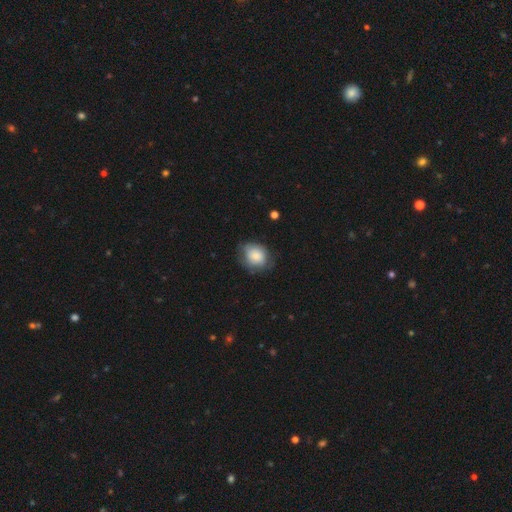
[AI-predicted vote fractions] Smooth or featured?
  - smooth: 79% *
  - featured or disk: 13%
  - star or artifact: 7%
How rounded?
  - round: 59% *
  - in between: 40%
  - cigar-shaped: 1%
Merging?
  - none: 63% *
  - minor disturbance: 27%
  - major disturbance: 9%
  - merger: 1%